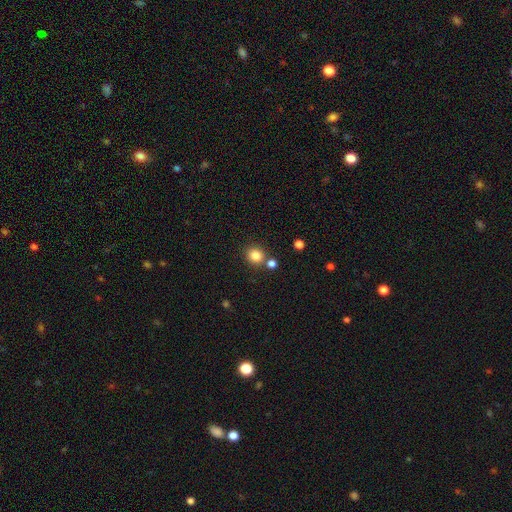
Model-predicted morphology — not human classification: smooth 83%, star or artifact 12%, featured or disk 5%. Down the decision tree: how rounded — round (84%); merging — none (77%).